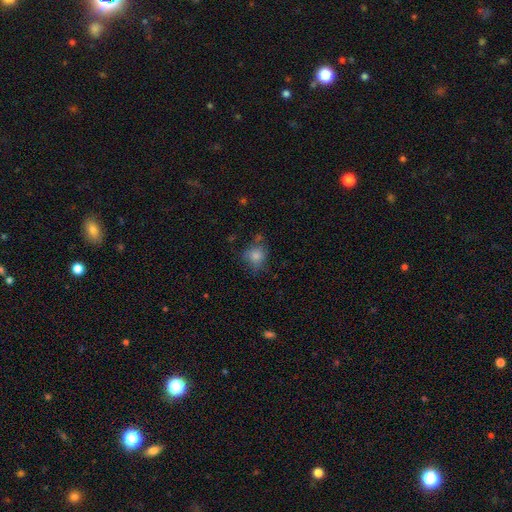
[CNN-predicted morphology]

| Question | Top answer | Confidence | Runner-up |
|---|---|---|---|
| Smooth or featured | smooth | 80% | star or artifact (11%) |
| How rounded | round | 74% | in between (25%) |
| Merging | none | 61% | minor disturbance (24%) |